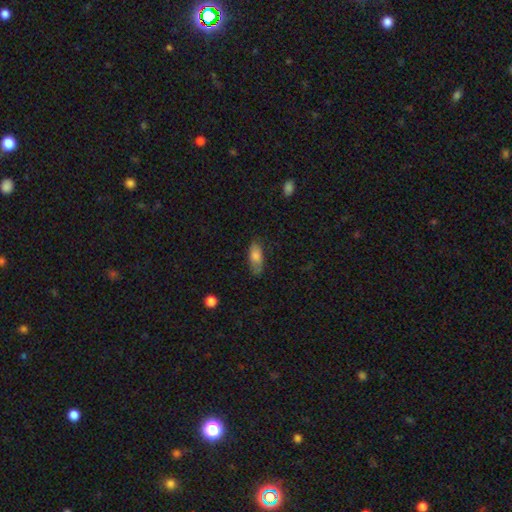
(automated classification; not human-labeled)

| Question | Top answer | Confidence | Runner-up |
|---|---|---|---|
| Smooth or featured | smooth | 76% | featured or disk (16%) |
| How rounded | in between | 81% | cigar-shaped (16%) |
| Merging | none | 72% | minor disturbance (21%) |